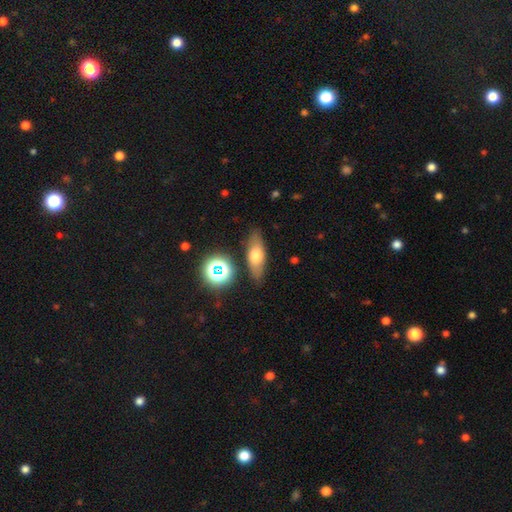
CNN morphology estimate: This is likely a smooth galaxy (61%). How rounded: likely in between (63%). Merging: clearly none (82%).